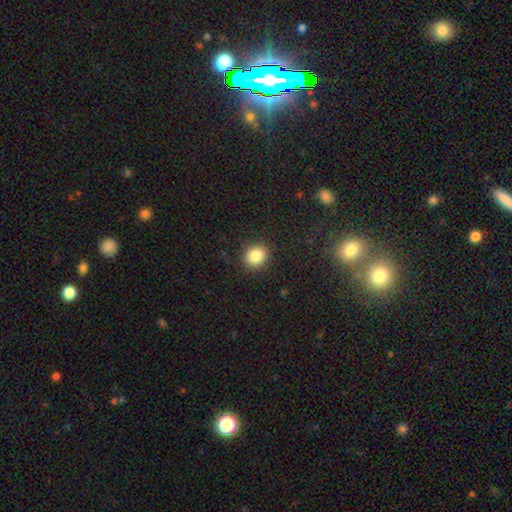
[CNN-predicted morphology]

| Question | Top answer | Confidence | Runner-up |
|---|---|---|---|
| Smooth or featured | smooth | 85% | star or artifact (10%) |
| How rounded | round | 79% | in between (20%) |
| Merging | none | 89% | minor disturbance (7%) |